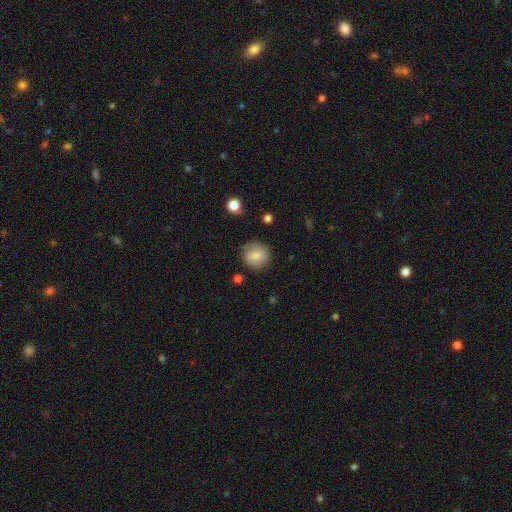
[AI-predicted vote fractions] smooth_or_featured: smooth (p=0.74) [alt: featured or disk p=0.17]
how_rounded: round (p=0.87) [alt: in between p=0.12]
merging: none (p=0.78) [alt: minor disturbance p=0.15]